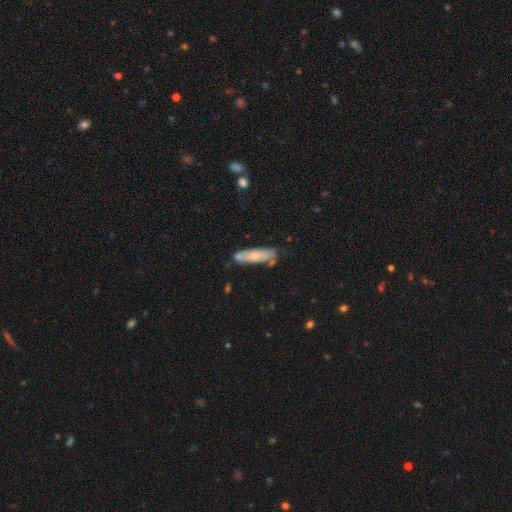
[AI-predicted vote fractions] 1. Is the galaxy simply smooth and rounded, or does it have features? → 55% smooth, 39% featured or disk, 6% star or artifact.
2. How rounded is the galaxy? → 55% cigar-shaped, 43% in between, 2% round.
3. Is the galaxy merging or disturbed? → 65% none, 22% minor disturbance, 7% merger, 5% major disturbance.